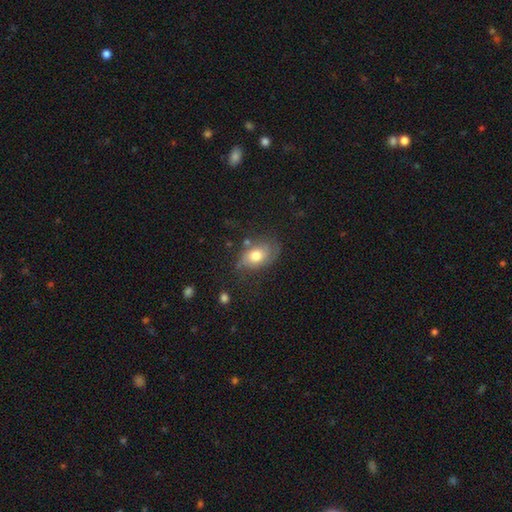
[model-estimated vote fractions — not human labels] A smooth galaxy with no disk features (54%) that is in between round and cigar-shaped (83%).

Vote fractions:
- Smooth or featured? smooth: 54% / featured or disk: 37% / star or artifact: 9%
- How rounded? in between: 83% / round: 15% / cigar-shaped: 2%
- Merging? none: 59% / minor disturbance: 25% / major disturbance: 12% / merger: 4%